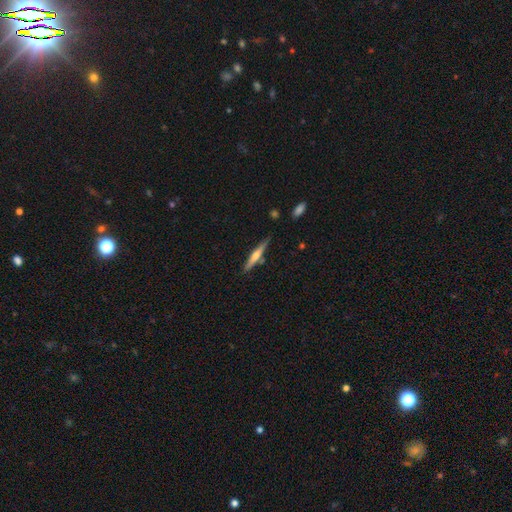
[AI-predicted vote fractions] Q: Smooth or featured?
A: featured or disk (57%); runner-up: smooth (38%)
Q: Edge-on disk?
A: yes (96%); runner-up: no (4%)
Q: Edge-on bulge?
A: rounded (81%); runner-up: none (11%)
Q: Merging?
A: none (83%); runner-up: minor disturbance (11%)